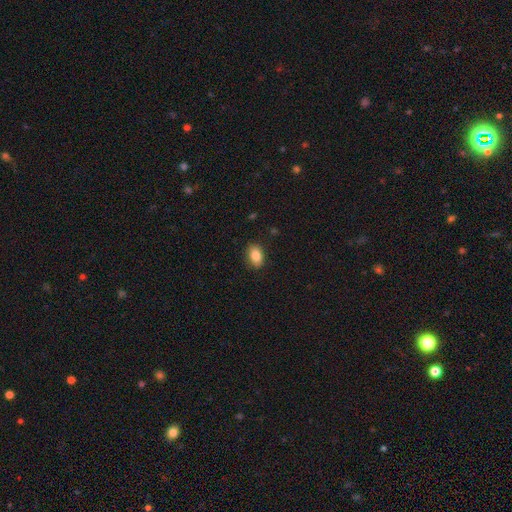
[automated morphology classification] Q: Smooth or featured?
A: smooth (86%); runner-up: star or artifact (8%)
Q: How rounded?
A: in between (84%); runner-up: round (15%)
Q: Merging?
A: none (86%); runner-up: minor disturbance (11%)